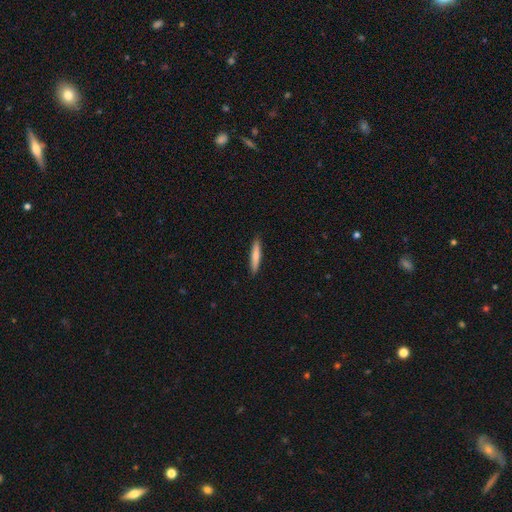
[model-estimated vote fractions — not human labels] smooth_or_featured: smooth (p=0.75) [alt: featured or disk p=0.19]
how_rounded: cigar-shaped (p=0.92) [alt: in between p=0.07]
merging: none (p=0.91) [alt: minor disturbance p=0.07]